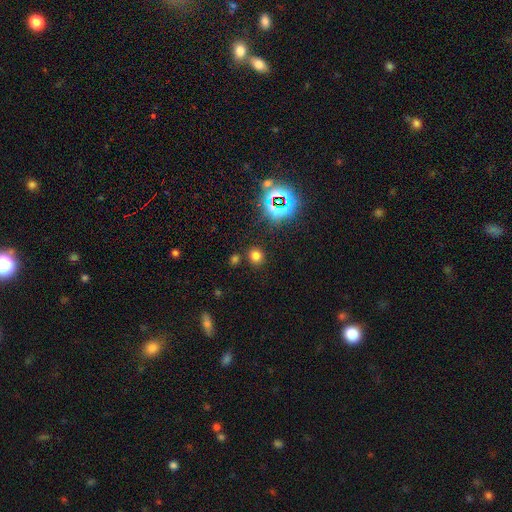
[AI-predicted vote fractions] This is likely a smooth galaxy (69%). How rounded: clearly round (86%). Merging: clearly none (83%).